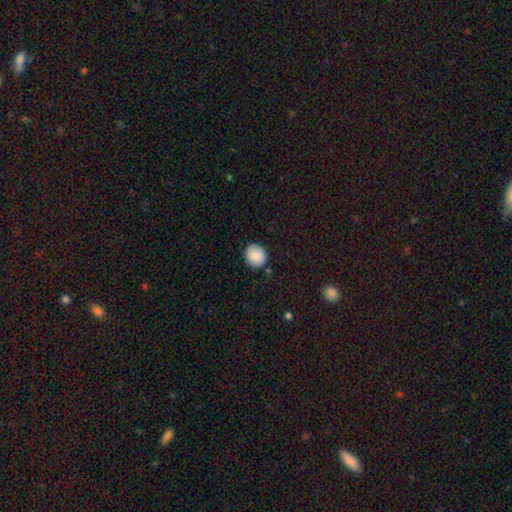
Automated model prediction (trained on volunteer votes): Smooth or featured: smooth — 86% (star or artifact — 8%)
How rounded: round — 80% (in between — 19%)
Merging: none — 86% (minor disturbance — 10%)